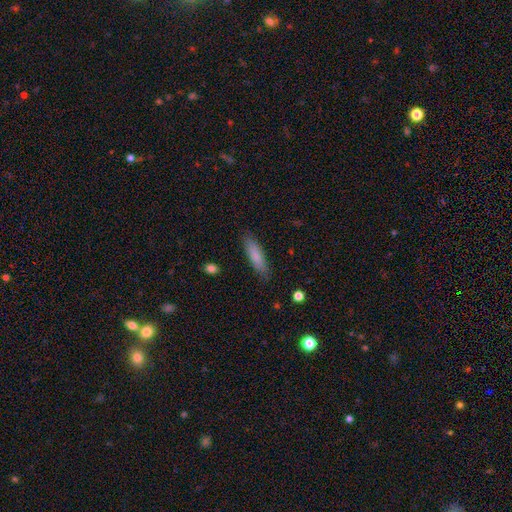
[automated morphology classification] smooth 82%, featured or disk 11%, star or artifact 6%. Down the decision tree: how rounded — cigar-shaped (67%); merging — none (86%).